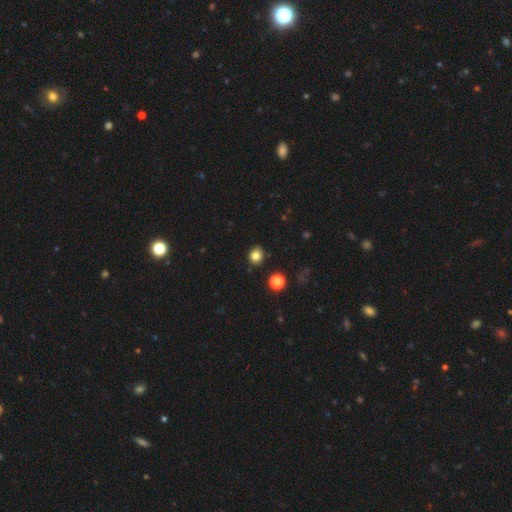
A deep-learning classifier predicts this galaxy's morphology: A smooth galaxy with no disk features (82%) that is round (77%). Merging: none (89%).